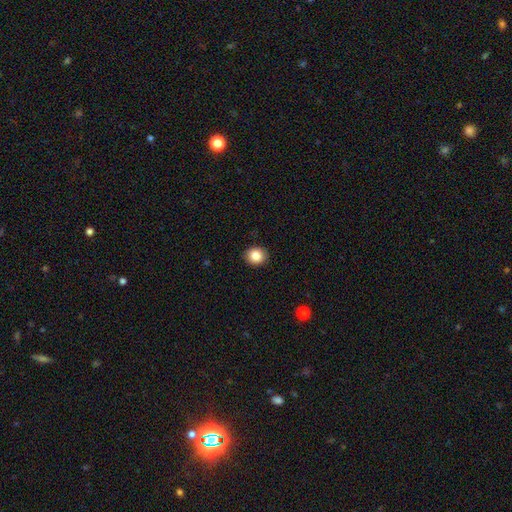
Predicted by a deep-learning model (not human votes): Smooth or featured? Predicted: smooth (p=0.85). How rounded? Predicted: round (p=0.81). Merging? Predicted: none (p=0.92).